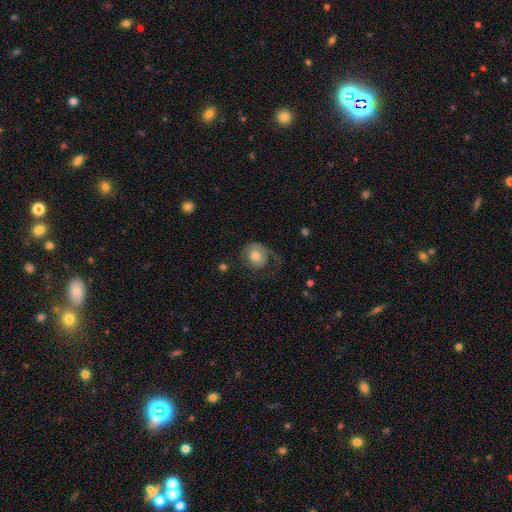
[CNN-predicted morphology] A smooth galaxy with no disk features (62%) that is round (75%). Merging: none (43%).